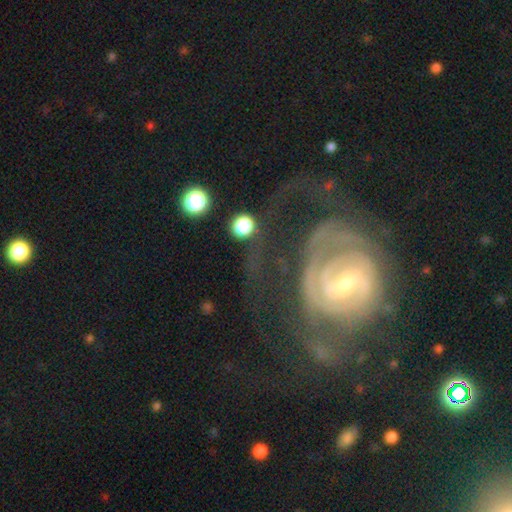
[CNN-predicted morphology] Overall: featured or disk (83%). Edge-on disk: no (96%). Bar: weak (48%; strong 30%). Spiral arms: yes (90%). Spiral arm count: can't tell (34%; 2 32%). Spiral winding: tight (62%; medium 27%). Bulge size: small (54%; moderate 39%). Merging: none (50%; major disturbance 30%).